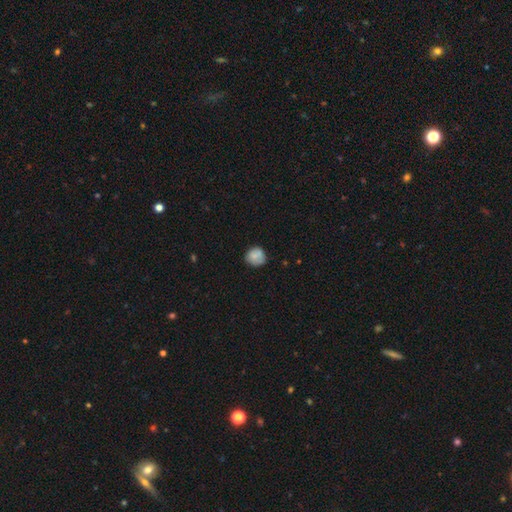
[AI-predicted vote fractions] This is likely a smooth galaxy (78%). How rounded: clearly round (84%). Merging: likely none (68%).